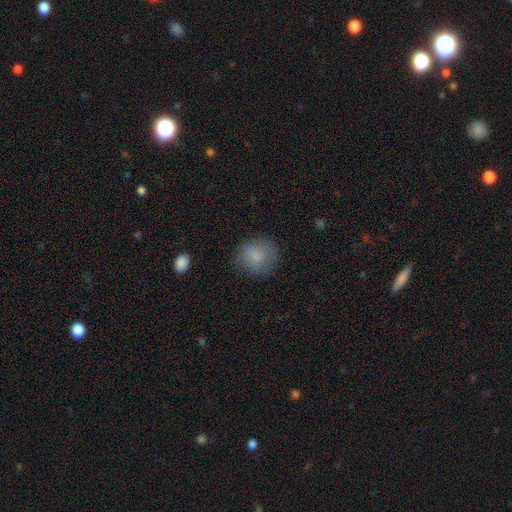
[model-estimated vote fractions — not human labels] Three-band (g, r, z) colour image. It shows a smooth galaxy with no disk features (81%) that is round (78%). Merging: none (74%).